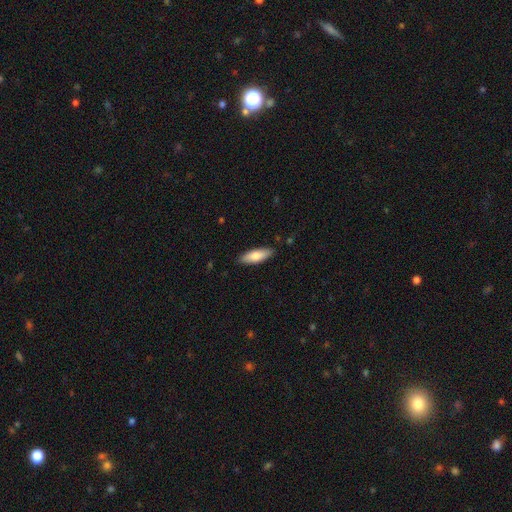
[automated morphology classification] A smooth galaxy with no disk features (78%) that is in between round and cigar-shaped (61%). Merging: none (87%).